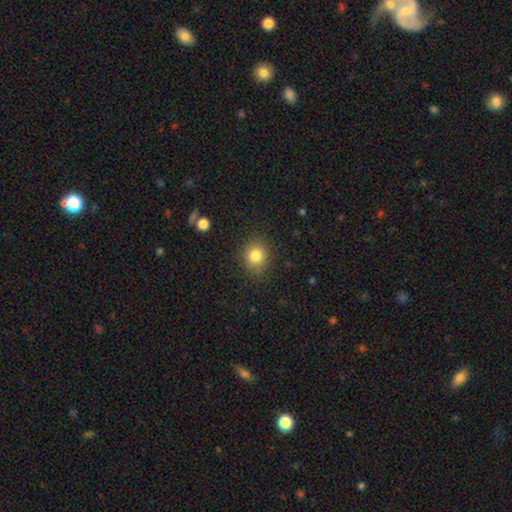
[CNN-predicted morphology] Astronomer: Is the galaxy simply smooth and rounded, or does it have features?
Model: smooth — 82%.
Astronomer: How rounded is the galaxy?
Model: round — 80%.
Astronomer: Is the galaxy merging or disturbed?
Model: none — 86%.